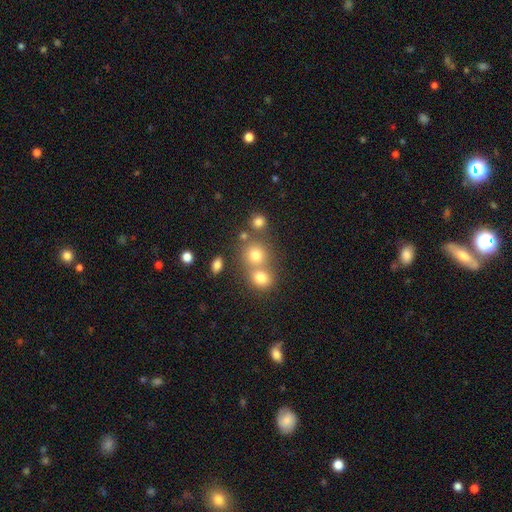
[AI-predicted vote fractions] Smooth or featured? smooth (72%)
How rounded? round (81%)
Merging? none (48%)